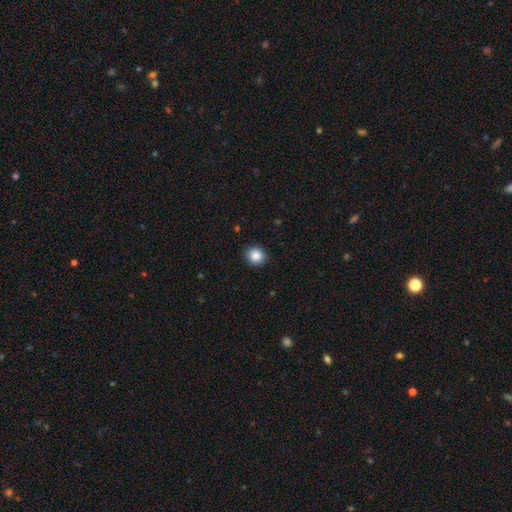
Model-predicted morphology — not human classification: A smooth galaxy with no disk features (87%) that is round (86%).

Vote fractions:
- Smooth or featured? smooth: 87% / star or artifact: 9% / featured or disk: 4%
- How rounded? round: 86% / in between: 14% / cigar-shaped: 1%
- Merging? none: 91% / minor disturbance: 7% / major disturbance: 2% / merger: 1%